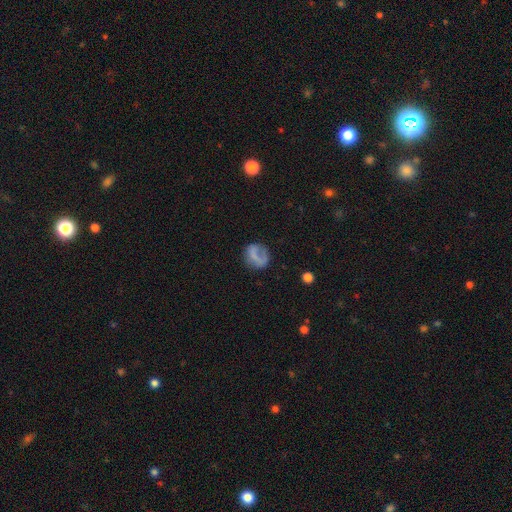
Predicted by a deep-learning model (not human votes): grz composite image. It shows a smooth galaxy with no disk features (61%) that is round (70%). Merging: none (54%).